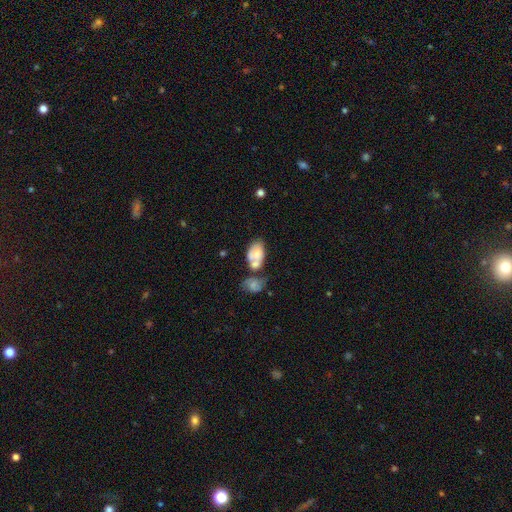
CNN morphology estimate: Smooth or featured?
  - smooth: 64% *
  - featured or disk: 28%
  - star or artifact: 8%
How rounded?
  - in between: 90% *
  - round: 8%
  - cigar-shaped: 2%
Merging?
  - merger: 54% *
  - none: 22%
  - minor disturbance: 15%
  - major disturbance: 9%